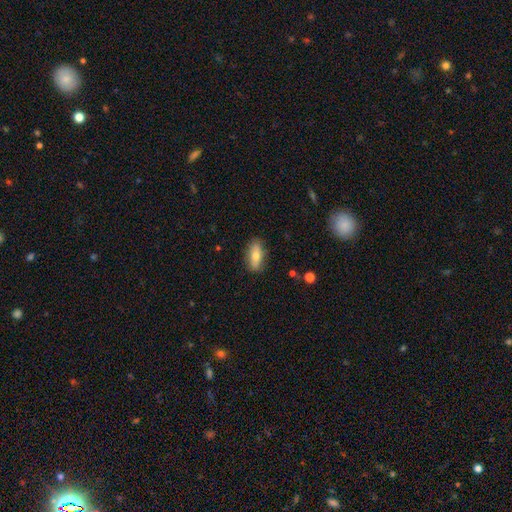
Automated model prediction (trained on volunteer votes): The model was most divided on "smooth or featured": smooth: 71%, featured or disk: 22%, star or artifact: 7%. More confident: merging — none (84%); how rounded — in between (81%).